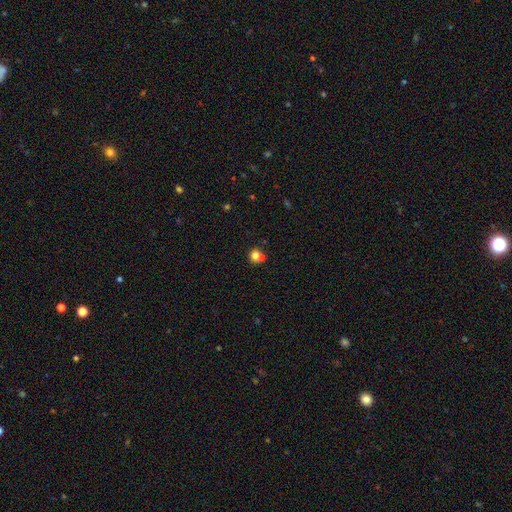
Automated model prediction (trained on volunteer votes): smooth-or-featured: smooth: 77% | star or artifact: 12% | featured or disk: 11%
  how-rounded: round: 85% | in between: 14% | cigar-shaped: 1%
  merging: none: 52% | merger: 35% | minor disturbance: 10% | major disturbance: 4%